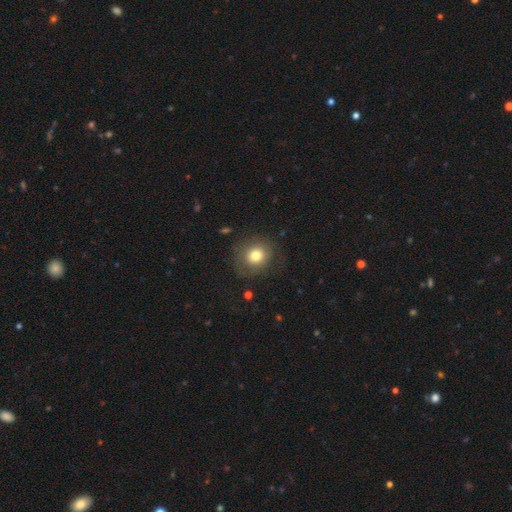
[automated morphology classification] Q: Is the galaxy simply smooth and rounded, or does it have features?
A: smooth — 76%.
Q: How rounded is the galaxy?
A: round — 80%.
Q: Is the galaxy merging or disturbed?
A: none — 75%.